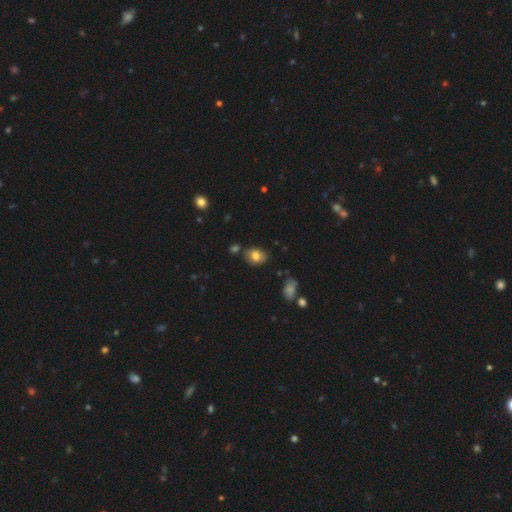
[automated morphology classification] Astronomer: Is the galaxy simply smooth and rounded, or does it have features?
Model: smooth — 76%.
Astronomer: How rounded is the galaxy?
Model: in between — 69%.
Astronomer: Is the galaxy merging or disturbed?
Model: none — 71%.